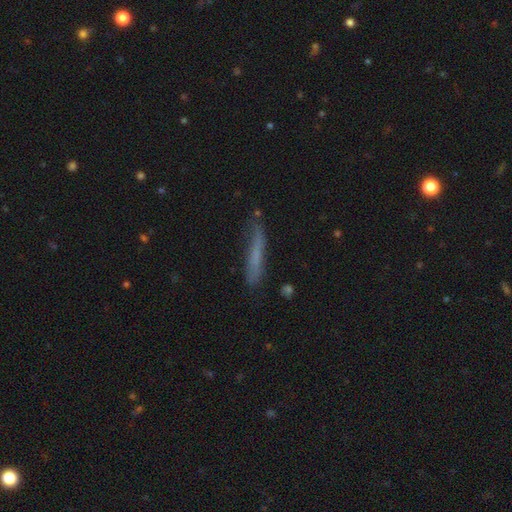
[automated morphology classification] smooth_or_featured: smooth (p=0.60) [alt: featured or disk p=0.30]
how_rounded: cigar-shaped (p=0.92) [alt: in between p=0.06]
merging: none (p=0.72) [alt: minor disturbance p=0.20]